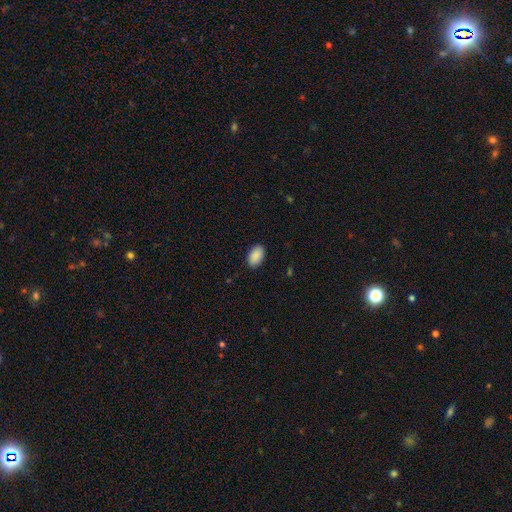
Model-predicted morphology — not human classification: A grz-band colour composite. It shows a smooth galaxy with no disk features (91%) that is in between round and cigar-shaped (94%). Merging: none (89%).